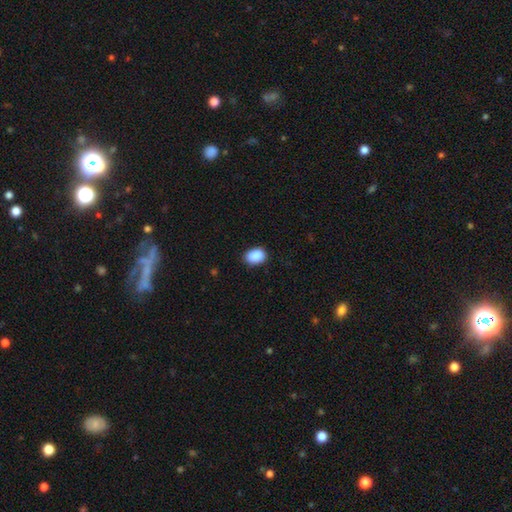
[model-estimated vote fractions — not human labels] This appears to be a smooth galaxy with no disk features (90%) that is in between round and cigar-shaped (79%). Merging: none (84%).